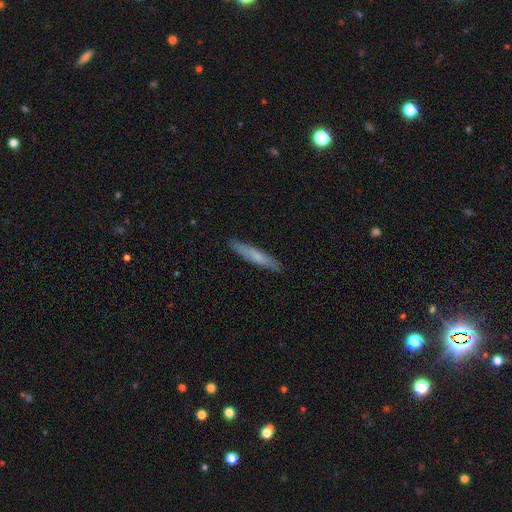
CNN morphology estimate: A smooth galaxy with no disk features (66%) that is cigar-shaped (92%).

Vote fractions:
- Smooth or featured? smooth: 66% / featured or disk: 28% / star or artifact: 6%
- How rounded? cigar-shaped: 92% / in between: 7% / round: 1%
- Merging? none: 89% / minor disturbance: 8% / major disturbance: 2% / merger: 1%